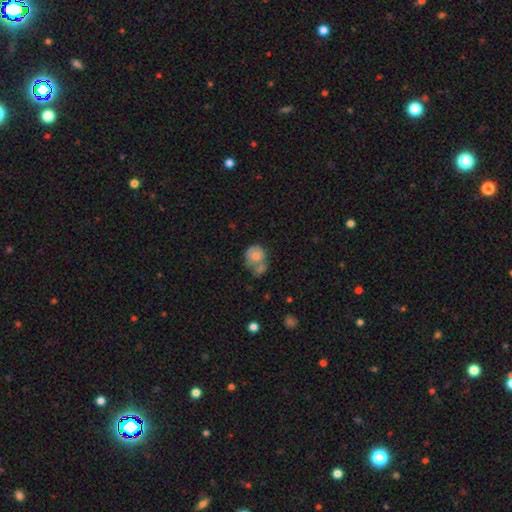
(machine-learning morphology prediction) Smooth or featured? smooth (67%)
How rounded? round (69%)
Merging? merger (45%)